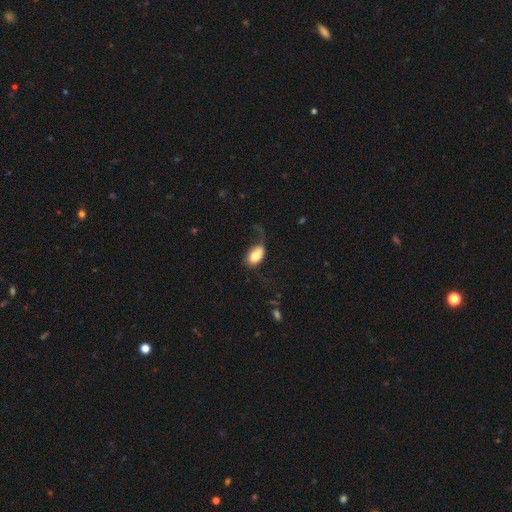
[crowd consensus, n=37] A smooth galaxy with no disk features (68%) that is in between round and cigar-shaped (96%). Merging: none (40%).